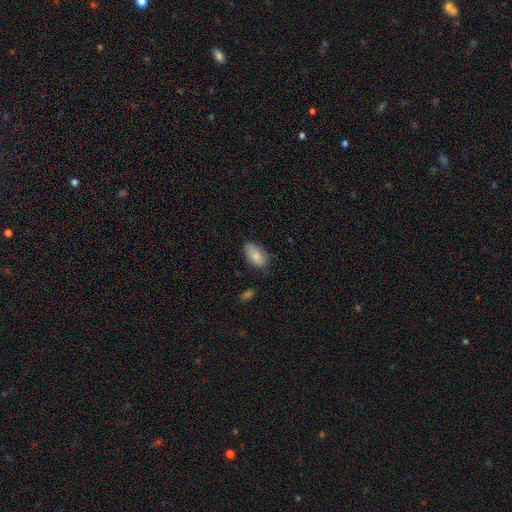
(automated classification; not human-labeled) smooth-or-featured: smooth: 84% | featured or disk: 10% | star or artifact: 7%
  how-rounded: in between: 93% | round: 4% | cigar-shaped: 3%
  merging: none: 67% | minor disturbance: 26% | major disturbance: 5% | merger: 2%